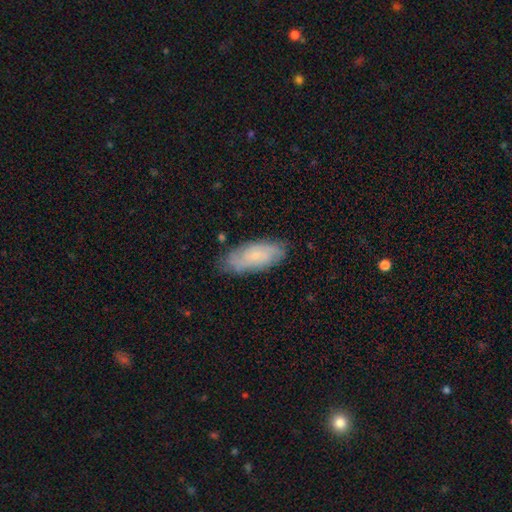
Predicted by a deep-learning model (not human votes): Smooth or featured?
  - featured or disk: 49% *
  - smooth: 44%
  - star or artifact: 7%
Merging?
  - none: 76% *
  - minor disturbance: 18%
  - major disturbance: 4%
  - merger: 1%